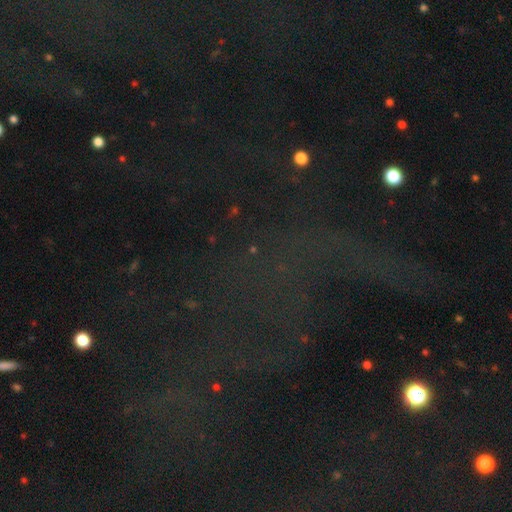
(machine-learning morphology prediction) type=star or artifact (68%).